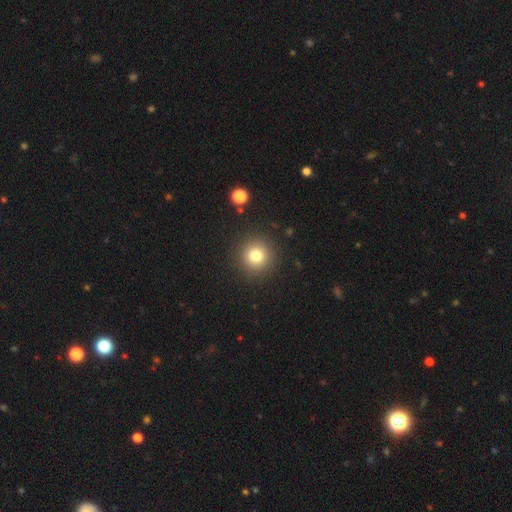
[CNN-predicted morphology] Q: Smooth or featured?
A: smooth (79%); runner-up: star or artifact (13%)
Q: How rounded?
A: round (95%); runner-up: in between (4%)
Q: Merging?
A: none (90%); runner-up: minor disturbance (6%)